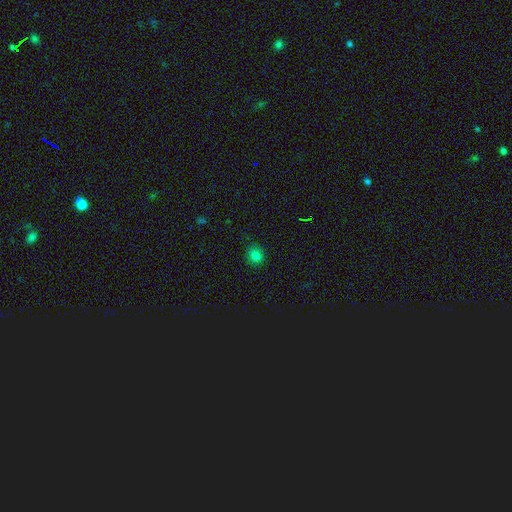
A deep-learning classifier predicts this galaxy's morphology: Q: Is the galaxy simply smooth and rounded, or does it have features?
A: smooth — 78%.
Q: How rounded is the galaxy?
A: round — 78%.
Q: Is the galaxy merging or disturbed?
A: none — 86%.